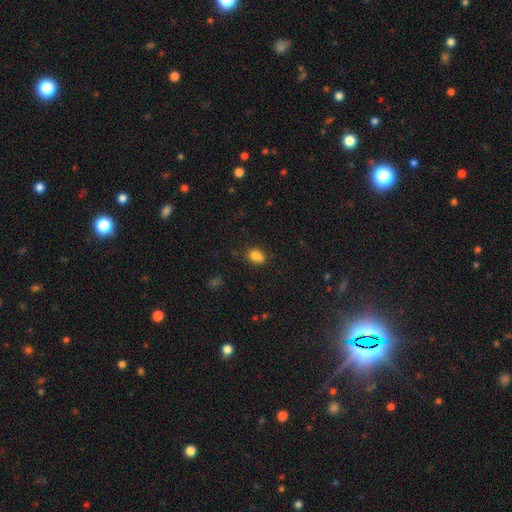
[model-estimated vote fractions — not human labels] A smooth galaxy with no disk features (80%) that is in between round and cigar-shaped (62%).

Vote fractions:
- Smooth or featured? smooth: 80% / star or artifact: 11% / featured or disk: 8%
- How rounded? in between: 62% / round: 37% / cigar-shaped: 1%
- Merging? none: 56% / minor disturbance: 21% / merger: 18% / major disturbance: 6%